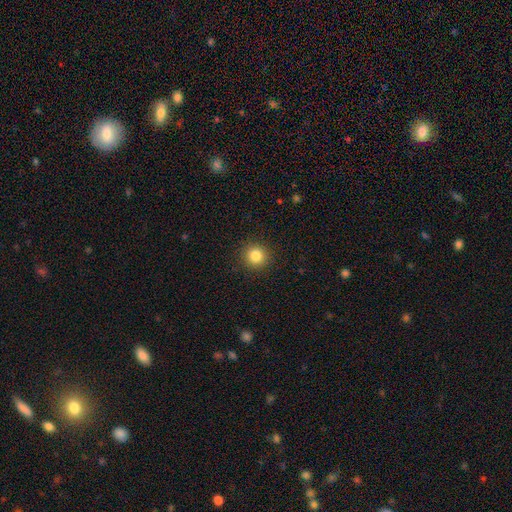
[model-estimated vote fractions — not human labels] A smooth galaxy with no disk features (84%) that is round (94%). Merging: none (92%).